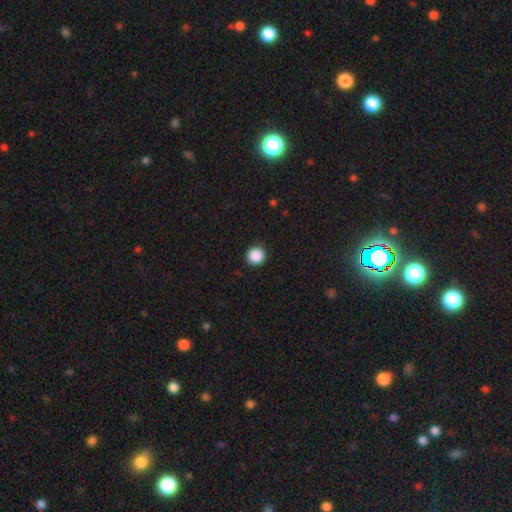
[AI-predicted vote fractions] Smooth or featured: smooth — 89% (star or artifact — 9%)
How rounded: round — 94% (in between — 5%)
Merging: none — 93% (minor disturbance — 5%)